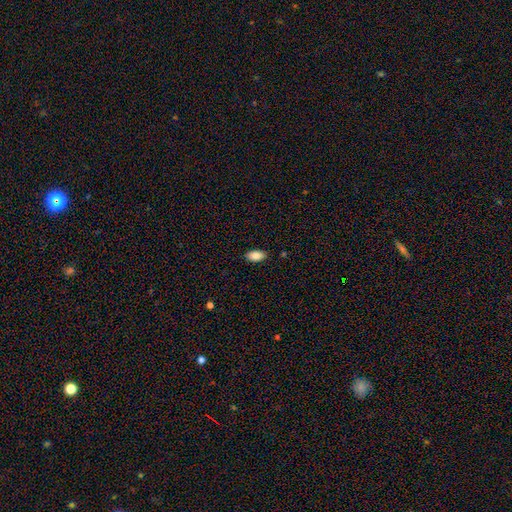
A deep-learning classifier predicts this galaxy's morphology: smooth-or-featured: smooth: 87% | star or artifact: 7% | featured or disk: 6%
  how-rounded: in between: 93% | cigar-shaped: 4% | round: 3%
  merging: none: 87% | minor disturbance: 10% | major disturbance: 2% | merger: 1%